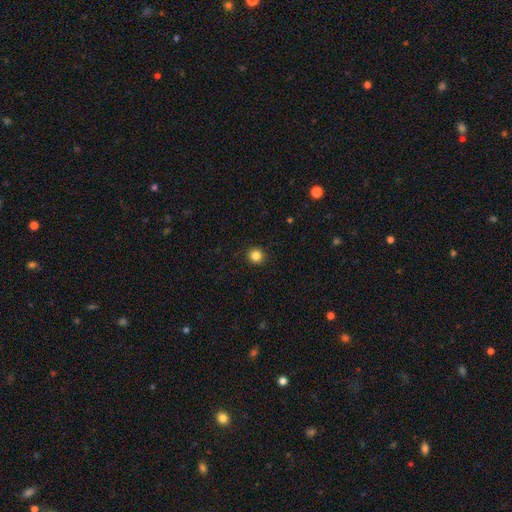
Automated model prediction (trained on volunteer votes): Overall: smooth (85%). How rounded: round (93%). Merging: none (92%).